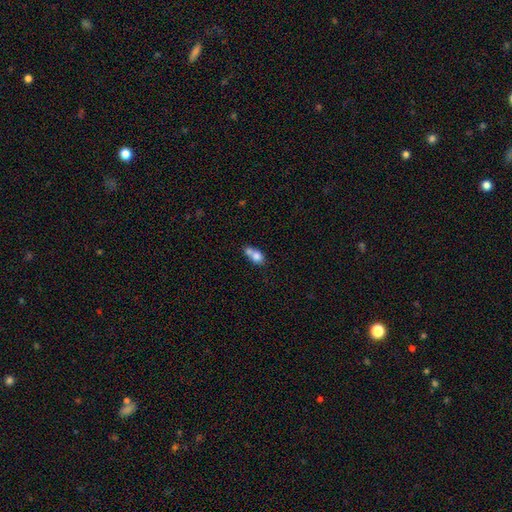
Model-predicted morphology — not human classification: smooth 74%, featured or disk 16%, star or artifact 9%. Down the decision tree: how rounded — in between (60%); merging — merger (62%).